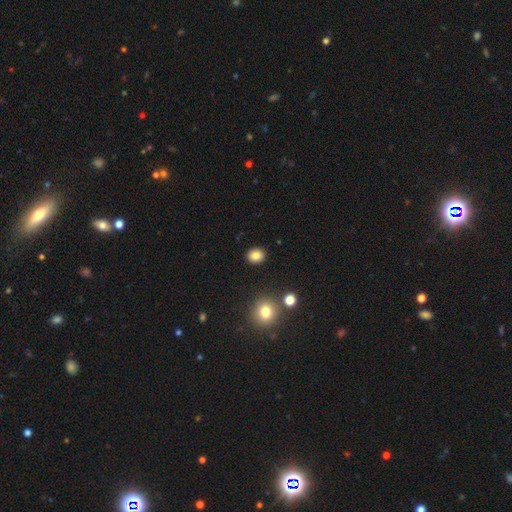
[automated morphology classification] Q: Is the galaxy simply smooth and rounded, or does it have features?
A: smooth — 85%.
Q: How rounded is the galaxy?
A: round — 66%.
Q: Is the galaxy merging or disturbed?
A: none — 90%.